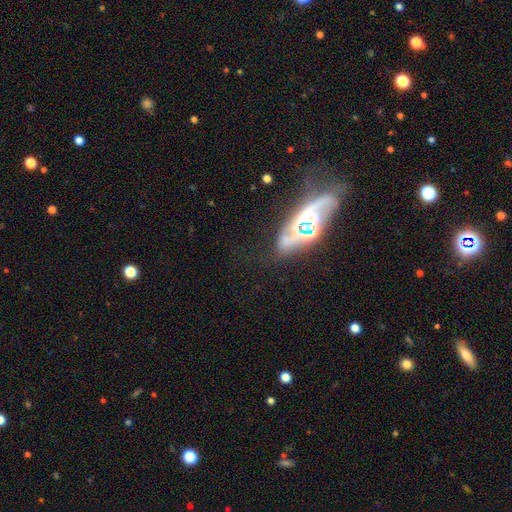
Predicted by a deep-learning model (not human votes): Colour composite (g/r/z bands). It shows a featured or disk galaxy (68%). Merging: none (53%).